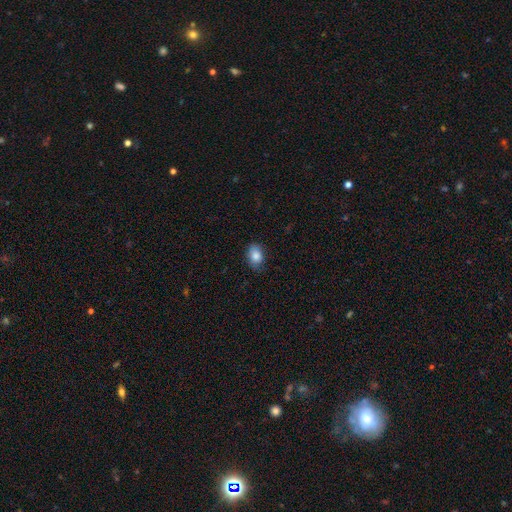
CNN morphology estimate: Overall: smooth (85%). How rounded: in between (80%). Merging: none (79%).